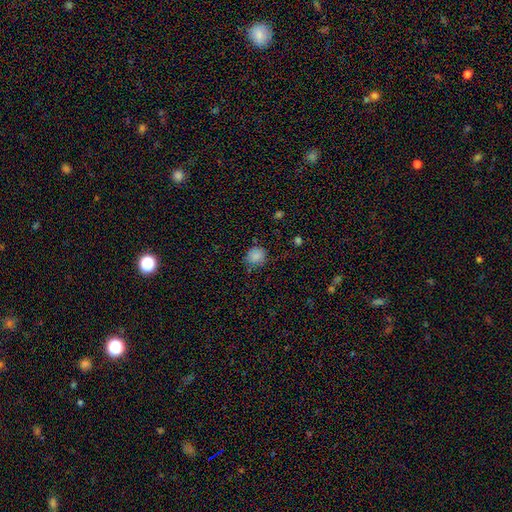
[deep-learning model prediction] Smooth or featured: smooth — 84% (star or artifact — 11%)
How rounded: round — 82% (in between — 17%)
Merging: none — 77% (minor disturbance — 18%)